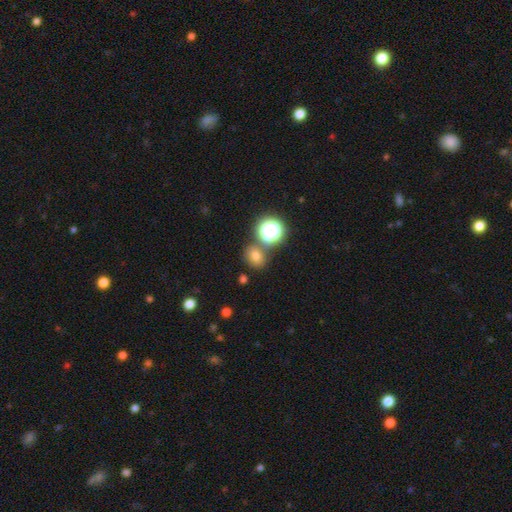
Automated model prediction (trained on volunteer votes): A smooth galaxy with no disk features (70%) that is round (64%).

Vote fractions:
- Smooth or featured? smooth: 70% / star or artifact: 21% / featured or disk: 8%
- How rounded? round: 64% / in between: 35% / cigar-shaped: 1%
- Merging? none: 73% / merger: 13% / minor disturbance: 11% / major disturbance: 4%